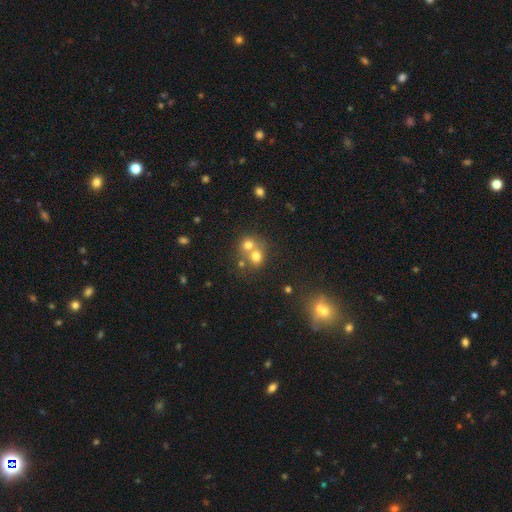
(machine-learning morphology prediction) Smooth or featured?
  - smooth: 69% *
  - featured or disk: 16%
  - star or artifact: 15%
How rounded?
  - round: 76% *
  - in between: 23%
  - cigar-shaped: 1%
Merging?
  - merger: 57% *
  - none: 34%
  - minor disturbance: 6%
  - major disturbance: 3%